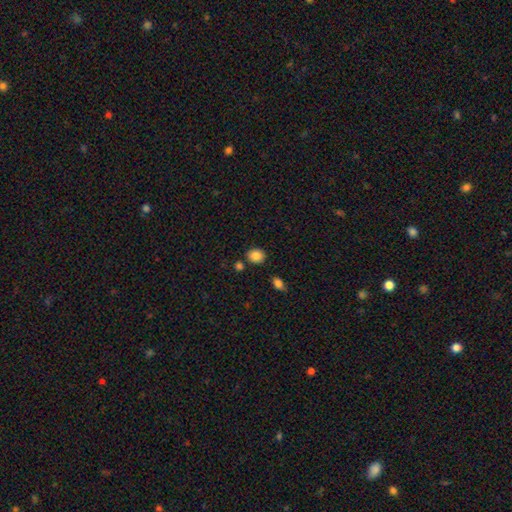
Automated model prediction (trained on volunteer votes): smooth-or-featured: smooth: 86% | star or artifact: 9% | featured or disk: 5%
  how-rounded: round: 60% | in between: 39% | cigar-shaped: 1%
  merging: none: 83% | minor disturbance: 9% | merger: 6% | major disturbance: 2%